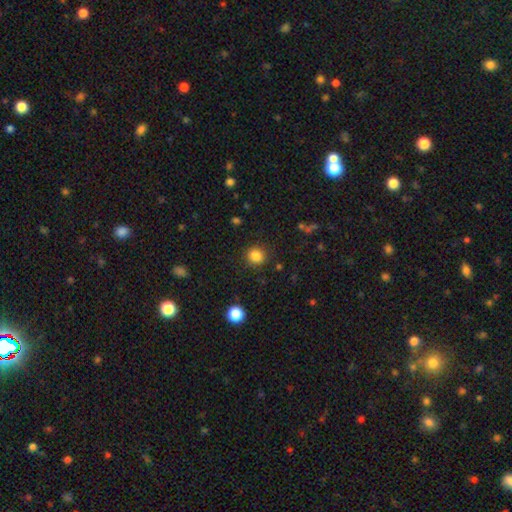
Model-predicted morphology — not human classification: The model was most divided on "how rounded": round: 86%, in between: 13%, cigar-shaped: 1%. More confident: merging — none (88%); smooth or featured — smooth (84%).